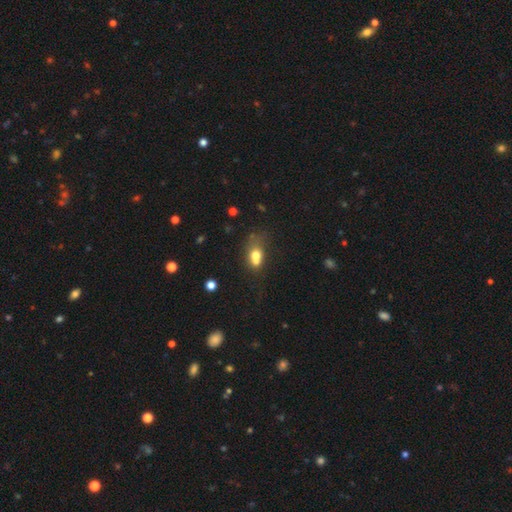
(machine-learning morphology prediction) Smooth or featured?
  - smooth: 69% *
  - featured or disk: 19%
  - star or artifact: 12%
How rounded?
  - in between: 57% *
  - round: 40%
  - cigar-shaped: 2%
Merging?
  - merger: 50% *
  - none: 28%
  - minor disturbance: 13%
  - major disturbance: 9%